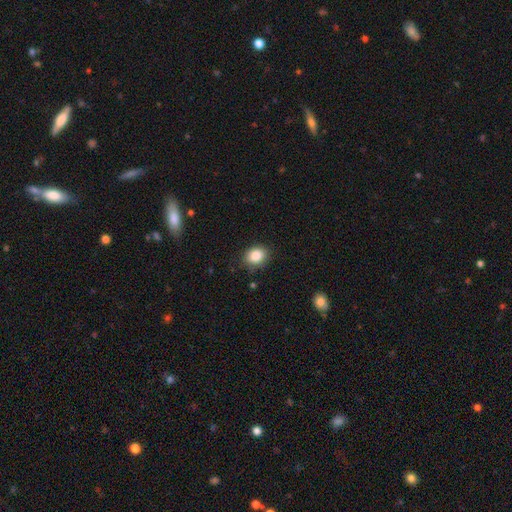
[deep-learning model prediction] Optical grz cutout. It shows a smooth galaxy with no disk features (86%) that is in between round and cigar-shaped (51%). Merging: none (83%).